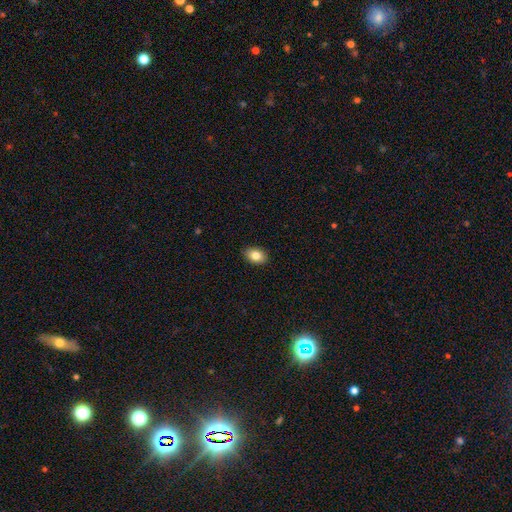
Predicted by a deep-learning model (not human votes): Smooth or featured?
  - smooth: 83% *
  - featured or disk: 9%
  - star or artifact: 8%
How rounded?
  - in between: 81% *
  - round: 18%
  - cigar-shaped: 1%
Merging?
  - none: 89% *
  - minor disturbance: 8%
  - major disturbance: 2%
  - merger: 1%